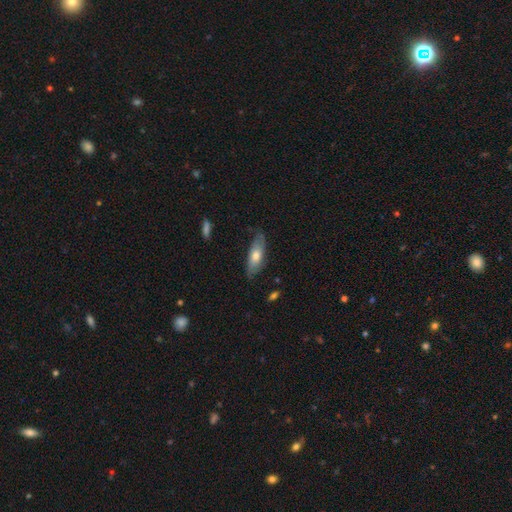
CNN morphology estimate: Smooth or featured: smooth — 61% (featured or disk — 34%)
How rounded: in between — 65% (cigar-shaped — 33%)
Merging: none — 72% (minor disturbance — 22%)